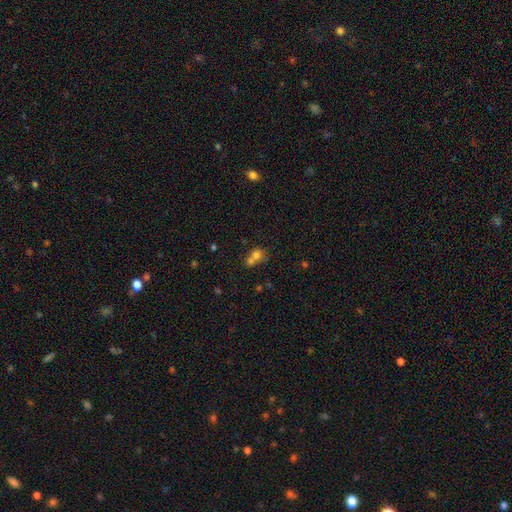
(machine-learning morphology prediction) This appears to be a smooth galaxy with no disk features (69%) that is round (71%). Merging: merger (62%).